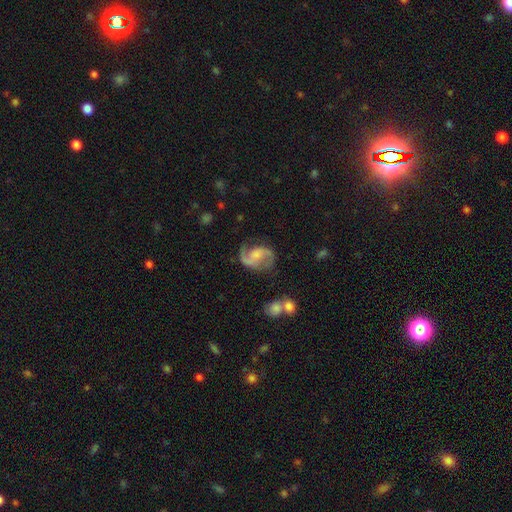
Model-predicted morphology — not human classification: Q: Smooth or featured?
A: featured or disk (83%); runner-up: smooth (10%)
Q: Edge-on disk?
A: no (98%); runner-up: yes (2%)
Q: Bar?
A: no (44%); runner-up: weak (43%)
Q: Spiral arms?
A: yes (95%); runner-up: no (5%)
Q: Spiral winding?
A: medium (49%); runner-up: loose (39%)
Q: Spiral arm count?
A: 2 (88%); runner-up: 1 (5%)
Q: Bulge size?
A: moderate (32%); runner-up: small (28%)
Q: Merging?
A: none (64%); runner-up: minor disturbance (19%)